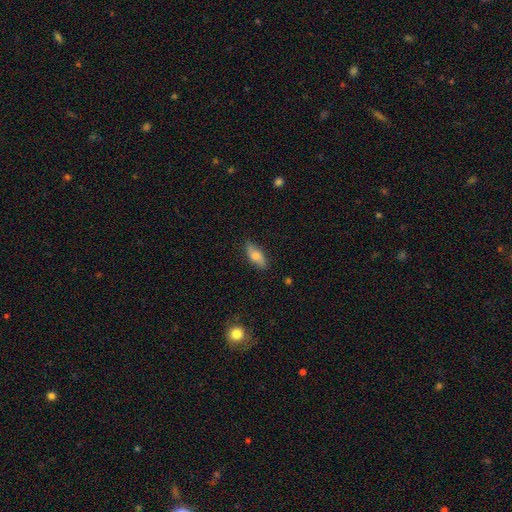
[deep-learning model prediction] A smooth galaxy with no disk features (69%) that is in between round and cigar-shaped (76%).

Vote fractions:
- Smooth or featured? smooth: 69% / featured or disk: 24% / star or artifact: 7%
- How rounded? in between: 76% / cigar-shaped: 20% / round: 3%
- Merging? none: 82% / minor disturbance: 14% / major disturbance: 3% / merger: 1%